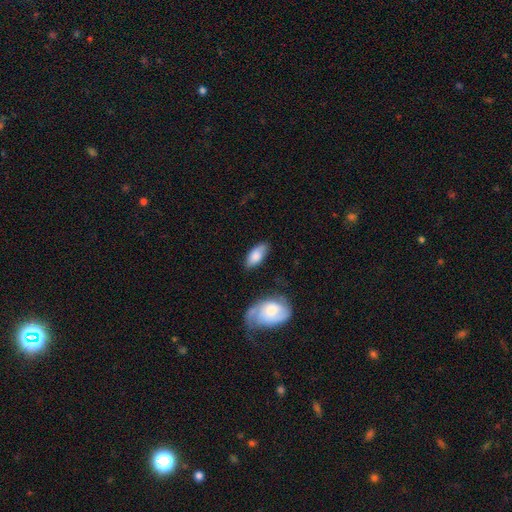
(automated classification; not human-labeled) A smooth galaxy with no disk features (80%) that is in between round and cigar-shaped (89%). Merging: none (73%).